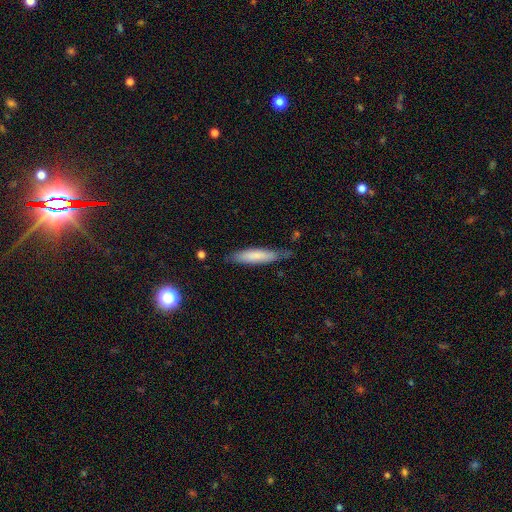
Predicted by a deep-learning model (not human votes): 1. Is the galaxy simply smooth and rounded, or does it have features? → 74% smooth, 20% featured or disk, 6% star or artifact.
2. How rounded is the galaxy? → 77% cigar-shaped, 22% in between, 1% round.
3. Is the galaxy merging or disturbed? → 71% none, 23% minor disturbance, 5% major disturbance, 2% merger.